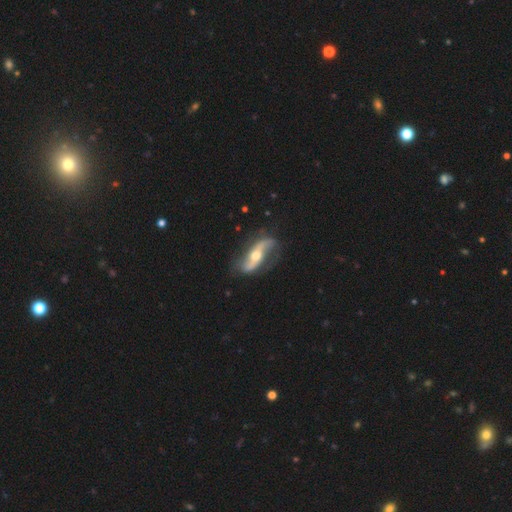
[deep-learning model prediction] A featured or disk galaxy (86%) with a strong bar (40%), 2 (92%) loose (71%) spiral arms (93%) and a moderate central bulge (69%).

Vote fractions:
- Smooth or featured? featured or disk: 86% / smooth: 9% / star or artifact: 5%
- Edge-on disk? no: 87% / yes: 13%
- Bar? strong: 40% / no: 34% / weak: 26%
- Spiral arms? yes: 93% / no: 7%
- Spiral winding? loose: 71% / medium: 21% / tight: 8%
- Spiral arm count? 2: 92% / can't tell: 3% / 1: 2% / 3: 1% / 4: 1% / more than 4: 1%
- Bulge size? moderate: 69% / small: 23% / large: 6% / none: 1% / dominant: 1%
- Merging? none: 75% / minor disturbance: 16% / major disturbance: 7% / merger: 2%